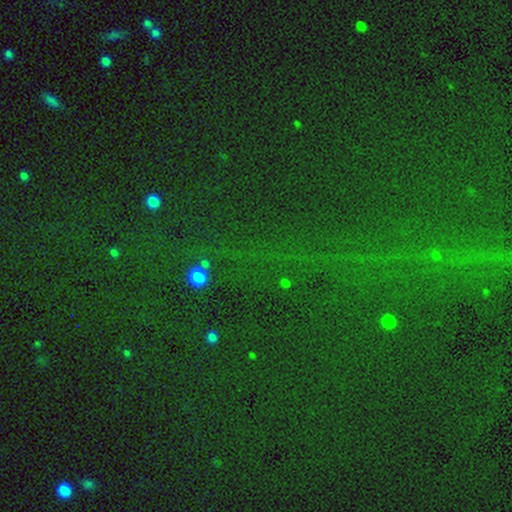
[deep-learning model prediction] Smooth or featured?
  - star or artifact: 81% *
  - smooth: 12%
  - featured or disk: 7%